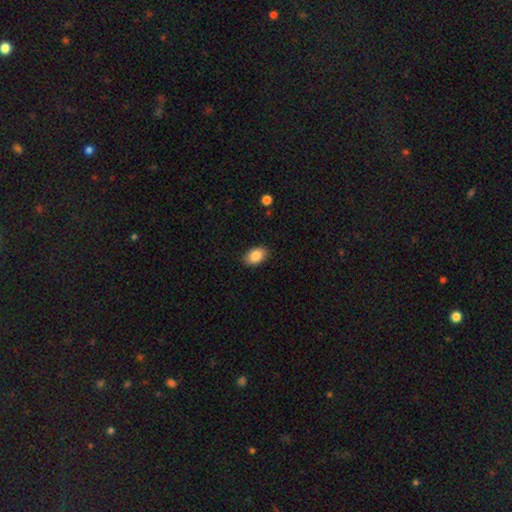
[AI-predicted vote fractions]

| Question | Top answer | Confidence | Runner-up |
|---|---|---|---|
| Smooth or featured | smooth | 85% | star or artifact (8%) |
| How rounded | in between | 86% | round (13%) |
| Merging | none | 88% | minor disturbance (9%) |